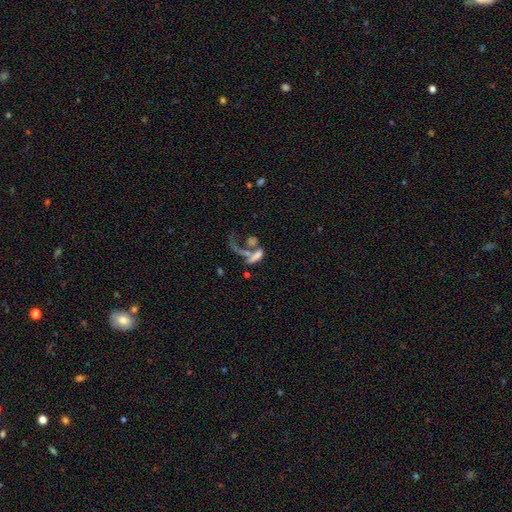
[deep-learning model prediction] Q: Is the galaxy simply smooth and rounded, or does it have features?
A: smooth — 47%.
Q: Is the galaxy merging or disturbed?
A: merger — 50%.